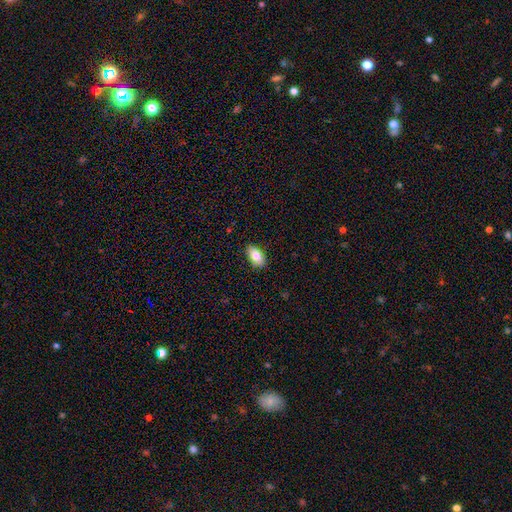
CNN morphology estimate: type=smooth (82%); roundness=in between (92%); merging=none (87%).